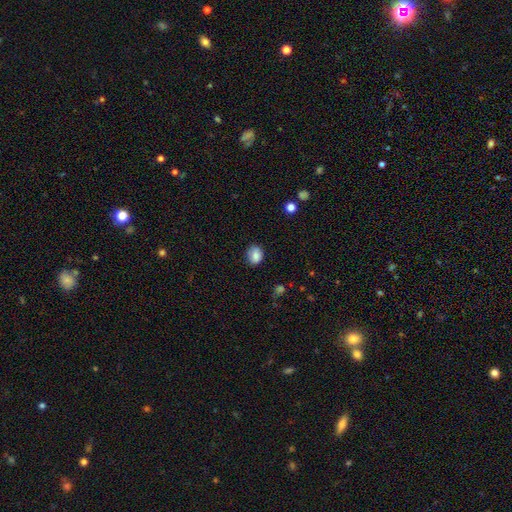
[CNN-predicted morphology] smooth_or_featured: smooth (p=0.79) [alt: featured or disk p=0.12]
how_rounded: round (p=0.51) [alt: in between p=0.48]
merging: none (p=0.78) [alt: minor disturbance p=0.17]